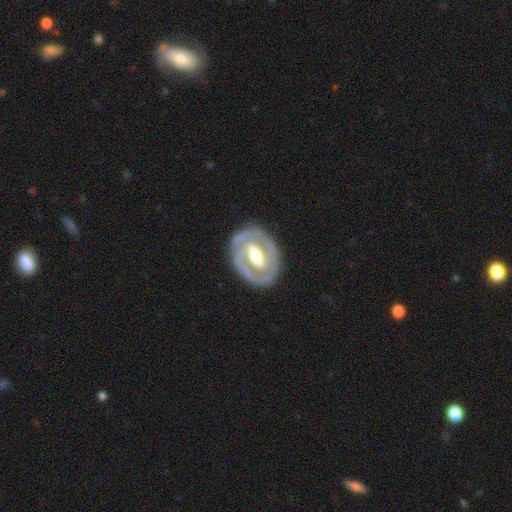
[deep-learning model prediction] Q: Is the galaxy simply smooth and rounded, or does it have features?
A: featured or disk — 79%.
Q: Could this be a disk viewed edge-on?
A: no — 96%.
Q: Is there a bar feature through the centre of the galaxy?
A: strong — 45%.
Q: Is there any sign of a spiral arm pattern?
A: yes — 59%.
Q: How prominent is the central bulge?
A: moderate — 64%.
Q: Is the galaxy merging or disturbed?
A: none — 81%.